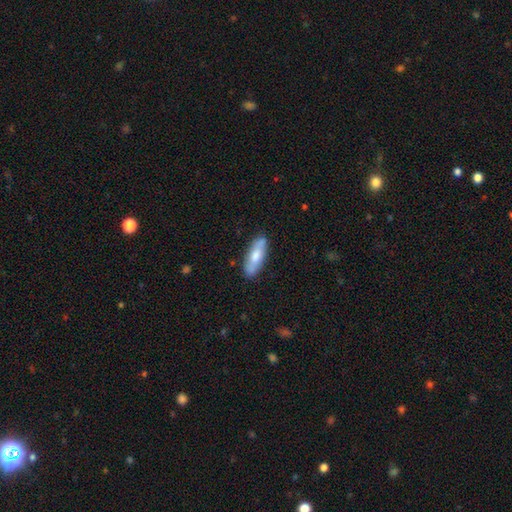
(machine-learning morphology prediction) A smooth galaxy with no disk features (67%) that is in between round and cigar-shaped (60%).

Vote fractions:
- Smooth or featured? smooth: 67% / featured or disk: 28% / star or artifact: 6%
- How rounded? in between: 60% / cigar-shaped: 38% / round: 2%
- Merging? none: 83% / minor disturbance: 13% / major disturbance: 2% / merger: 2%